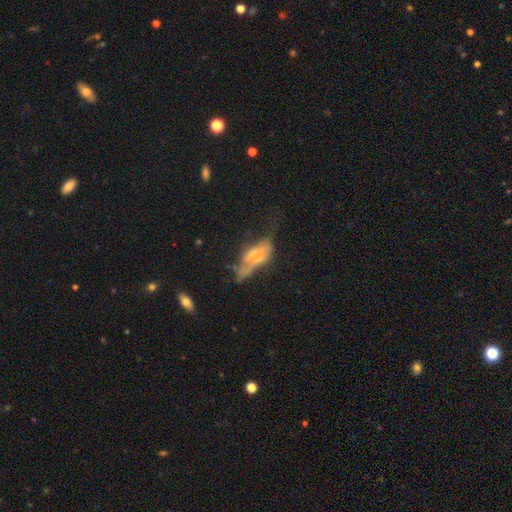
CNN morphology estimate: Q: Smooth or featured?
A: featured or disk (47%); runner-up: smooth (43%)
Q: Merging?
A: major disturbance (38%); runner-up: none (26%)